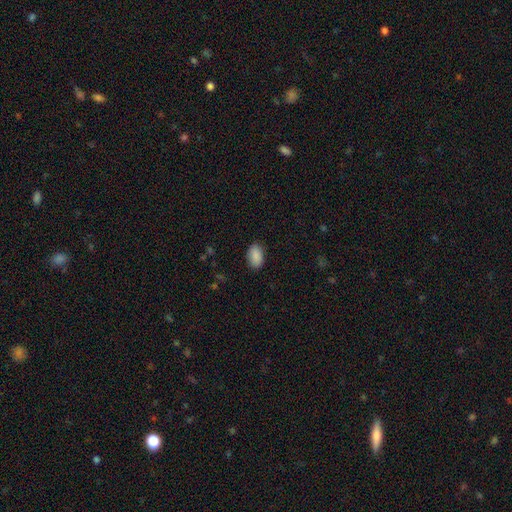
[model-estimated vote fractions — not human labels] This is clearly a smooth galaxy (90%). How rounded: clearly in between (91%). Merging: clearly none (87%).